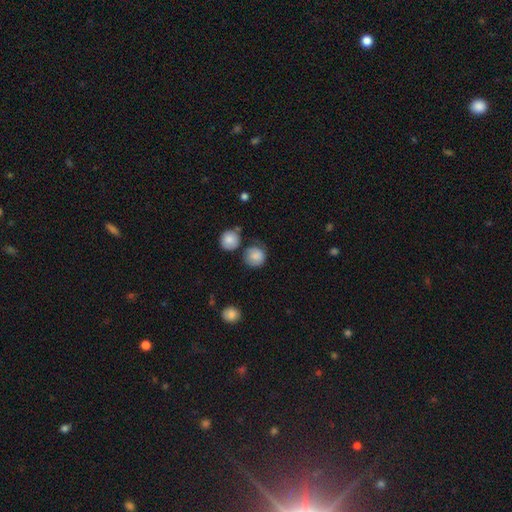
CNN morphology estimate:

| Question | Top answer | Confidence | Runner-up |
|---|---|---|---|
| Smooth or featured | smooth | 85% | star or artifact (8%) |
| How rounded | round | 89% | in between (10%) |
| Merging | none | 66% | minor disturbance (19%) |